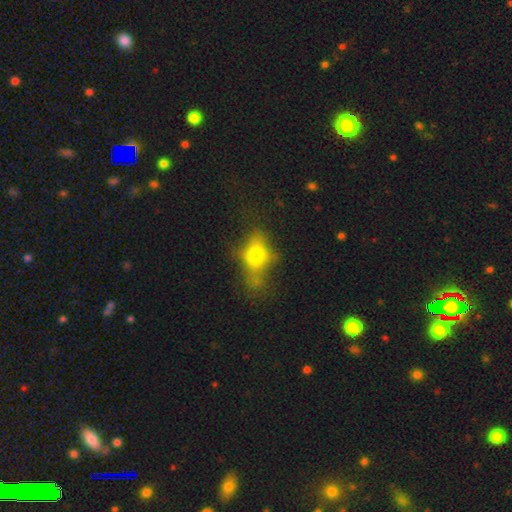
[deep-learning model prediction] This is possibly a smooth galaxy (59%). How rounded: likely in between (65%). Merging: marginally none (36%).